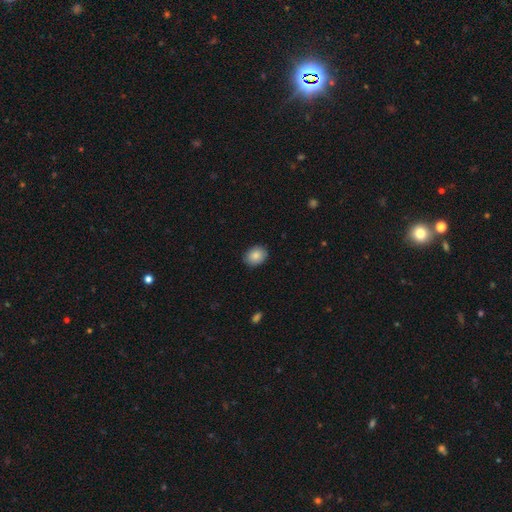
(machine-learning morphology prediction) Smooth or featured? smooth (86%)
How rounded? in between (58%)
Merging? none (87%)